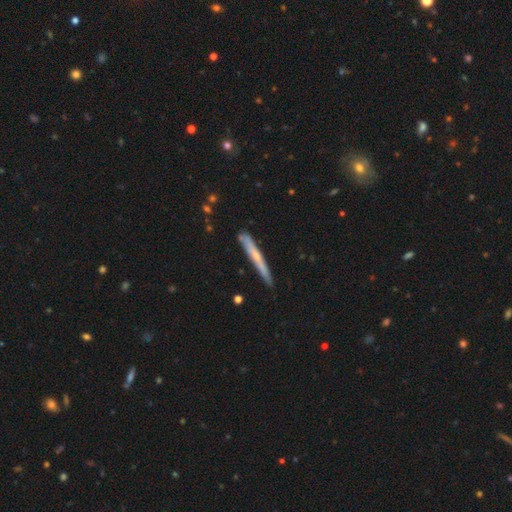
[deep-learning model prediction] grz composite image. It shows a featured or disk galaxy (50%). Merging: none (83%).